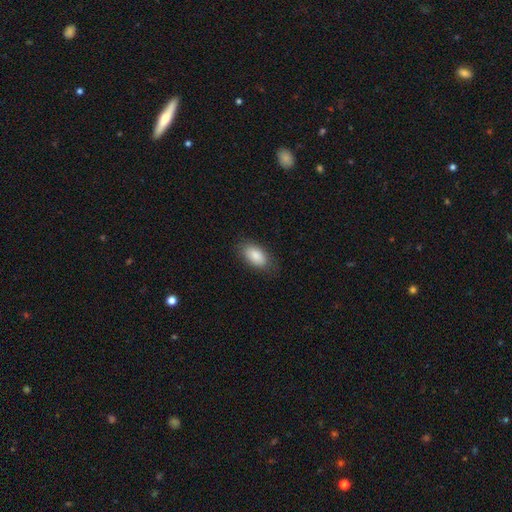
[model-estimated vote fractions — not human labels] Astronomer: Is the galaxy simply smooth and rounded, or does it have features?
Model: smooth — 86%.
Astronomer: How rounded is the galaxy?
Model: in between — 93%.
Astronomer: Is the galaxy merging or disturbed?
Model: none — 81%.